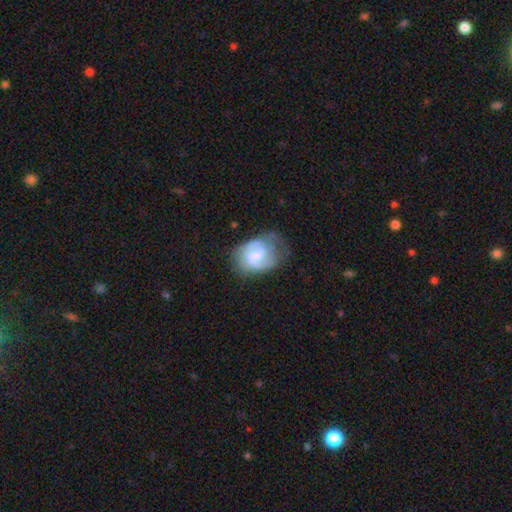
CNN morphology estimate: Smooth or featured? featured or disk (66%)
Edge-on disk? no (97%)
Bar? weak (57%)
Spiral arms? yes (86%)
Spiral winding? medium (47%)
Spiral arm count? 2 (68%)
Bulge size? moderate (49%)
Merging? none (46%)